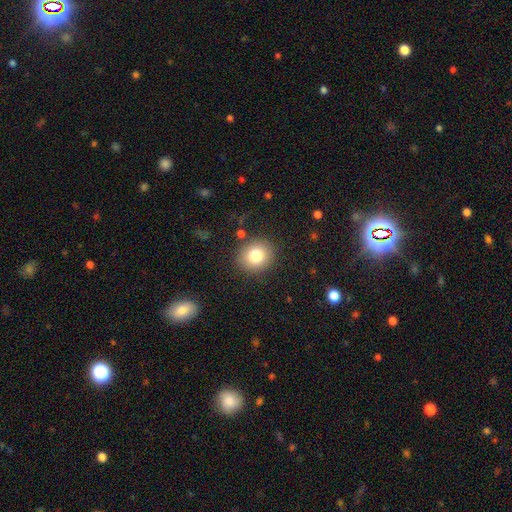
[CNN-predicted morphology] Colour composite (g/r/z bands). It shows a smooth galaxy with no disk features (80%) that is round (80%). Merging: none (86%).